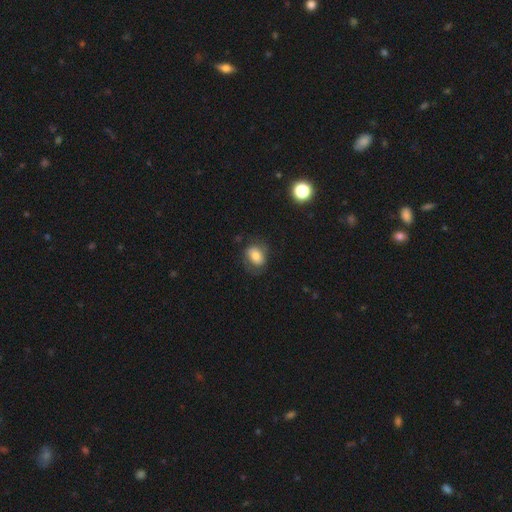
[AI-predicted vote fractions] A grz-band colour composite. It shows a smooth galaxy with no disk features (66%) that is in between round and cigar-shaped (66%). Merging: none (66%).